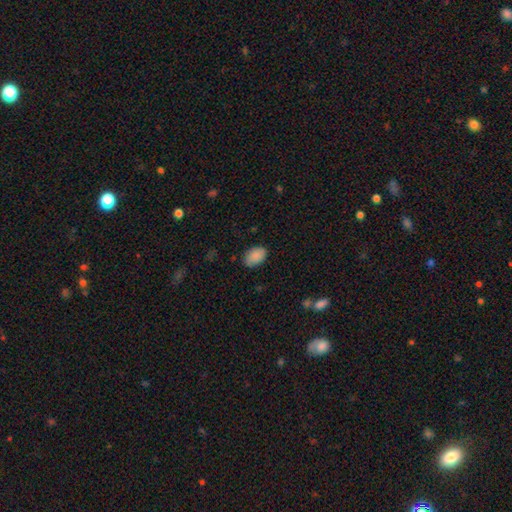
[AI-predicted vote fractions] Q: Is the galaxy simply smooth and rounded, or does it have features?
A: smooth — 88%.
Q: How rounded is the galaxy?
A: in between — 89%.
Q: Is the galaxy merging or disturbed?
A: none — 80%.